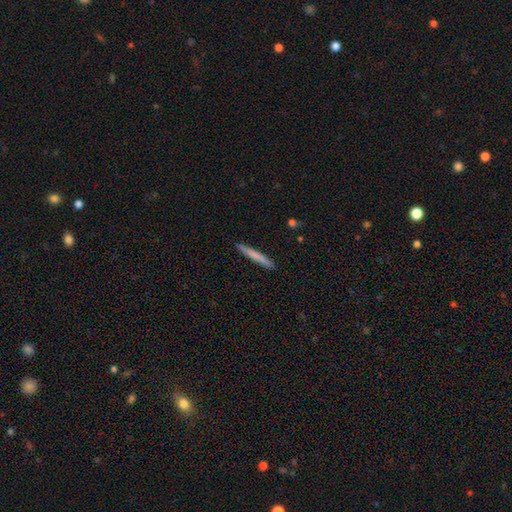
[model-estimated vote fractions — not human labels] Overall: smooth (67%; featured or disk 28%). How rounded: cigar-shaped (97%). Merging: none (91%).